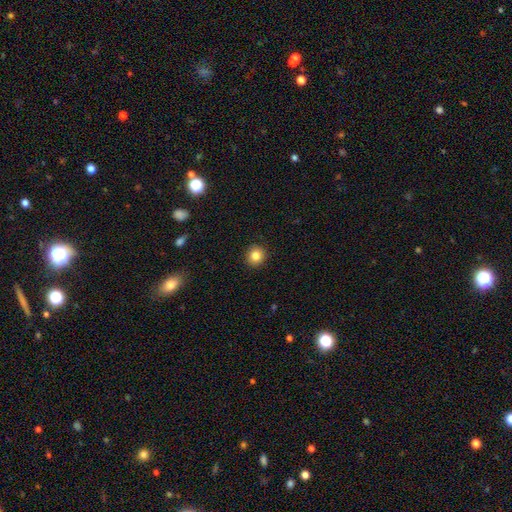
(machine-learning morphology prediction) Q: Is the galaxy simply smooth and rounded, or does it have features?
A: smooth — 83%.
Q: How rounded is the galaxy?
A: round — 91%.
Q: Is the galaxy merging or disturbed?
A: none — 91%.